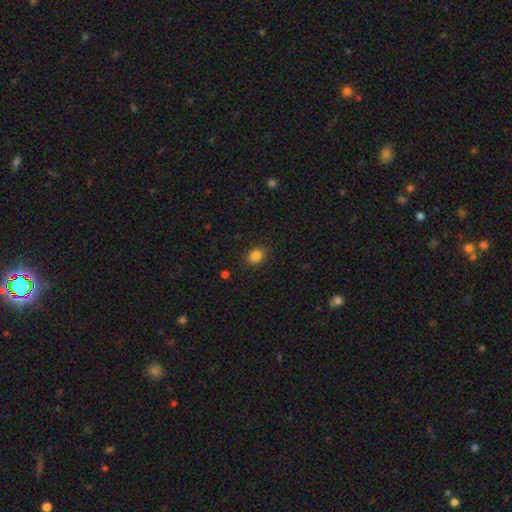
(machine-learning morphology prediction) A smooth galaxy with no disk features (84%) that is round (52%). Merging: none (87%).